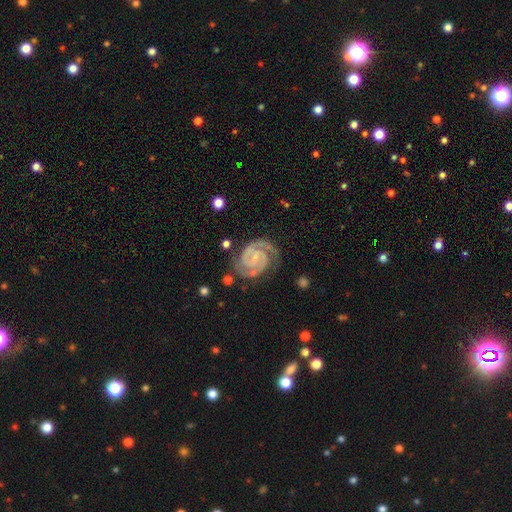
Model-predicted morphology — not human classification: The model was most divided on "bar": no: 42%, weak: 40%, strong: 18%. More confident: spiral arms — yes (99%); edge-on disk — no (98%); smooth or featured — featured or disk (92%); spiral arm count — 2 (89%); merging — none (77%); spiral winding — tight (64%); bulge size — small (56%).